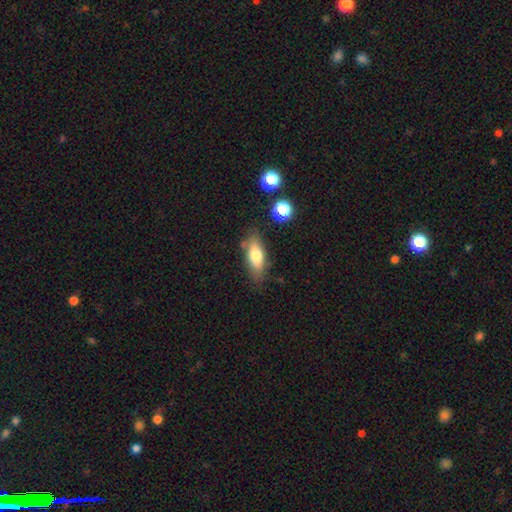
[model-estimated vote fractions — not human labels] This is likely a smooth galaxy (69%). How rounded: likely in between (72%). Merging: likely none (74%).